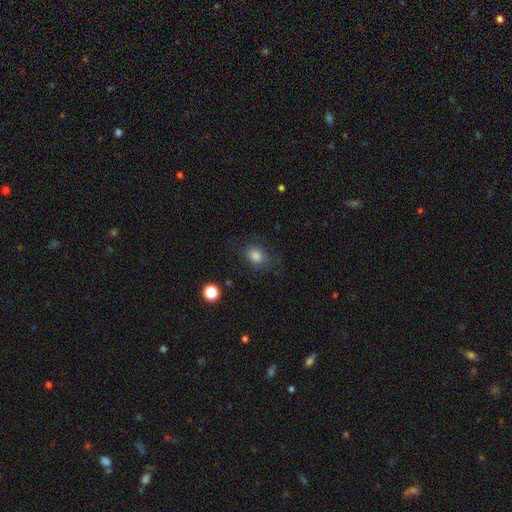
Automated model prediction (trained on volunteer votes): A smooth galaxy with no disk features (79%) that is in between round and cigar-shaped (63%). Merging: none (73%).